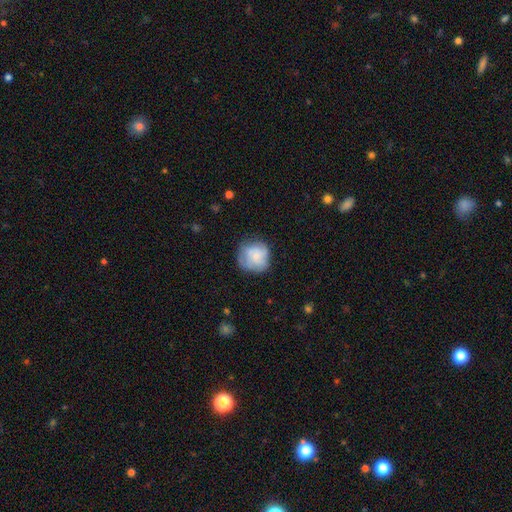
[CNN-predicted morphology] Smooth or featured?
  - smooth: 57% *
  - featured or disk: 34%
  - star or artifact: 8%
How rounded?
  - round: 87% *
  - in between: 12%
  - cigar-shaped: 1%
Merging?
  - none: 66% *
  - minor disturbance: 23%
  - major disturbance: 9%
  - merger: 2%